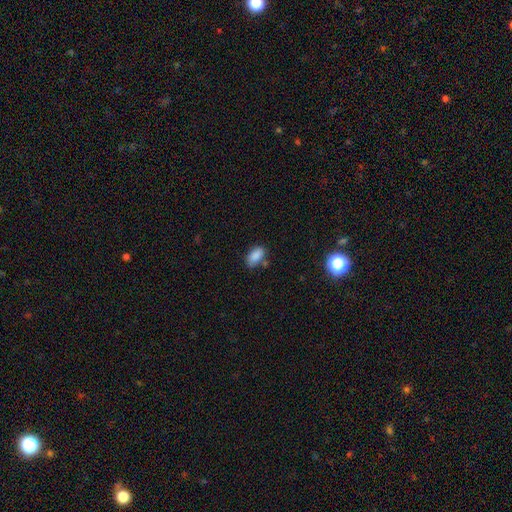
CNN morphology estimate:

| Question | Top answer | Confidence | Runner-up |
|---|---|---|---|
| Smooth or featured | smooth | 86% | star or artifact (9%) |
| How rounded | in between | 92% | round (5%) |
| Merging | none | 69% | minor disturbance (19%) |